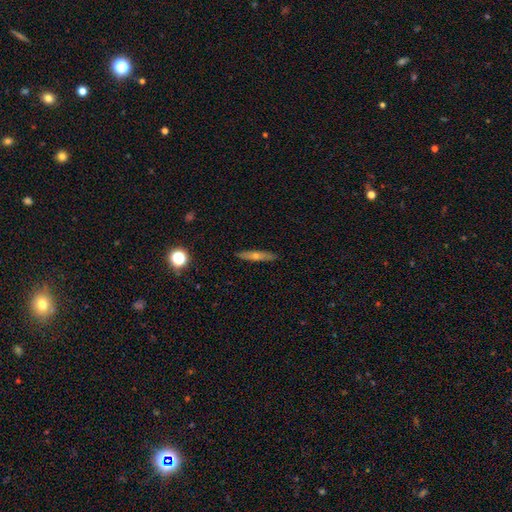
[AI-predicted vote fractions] This appears to be a featured or disk galaxy (49%). Merging: none (90%).